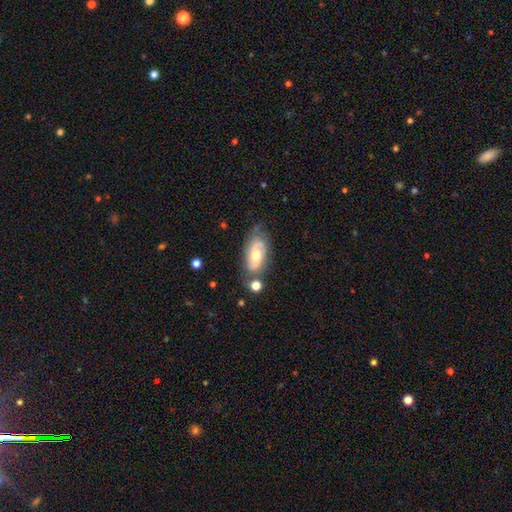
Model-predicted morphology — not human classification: This is likely a featured or disk galaxy (62%). It is clearly not viewed edge-on (91%). Bar: likely no (61%). Spiral arm pattern: clearly yes (82%). Central bulge: likely moderate (65%). Merging: likely none (60%).